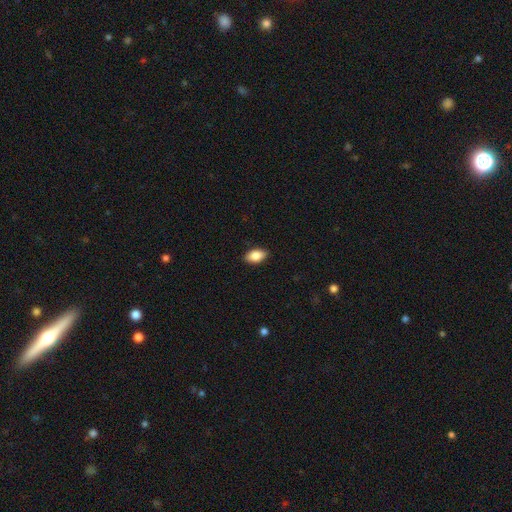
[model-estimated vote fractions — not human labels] This appears to be a smooth galaxy with no disk features (85%) that is in between round and cigar-shaped (91%). Merging: none (89%).